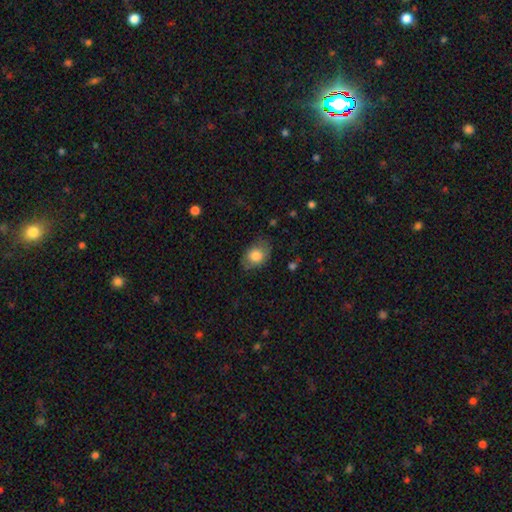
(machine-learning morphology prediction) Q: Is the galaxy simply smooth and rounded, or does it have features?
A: smooth — 78%.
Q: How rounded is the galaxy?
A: in between — 74%.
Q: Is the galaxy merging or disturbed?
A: none — 71%.